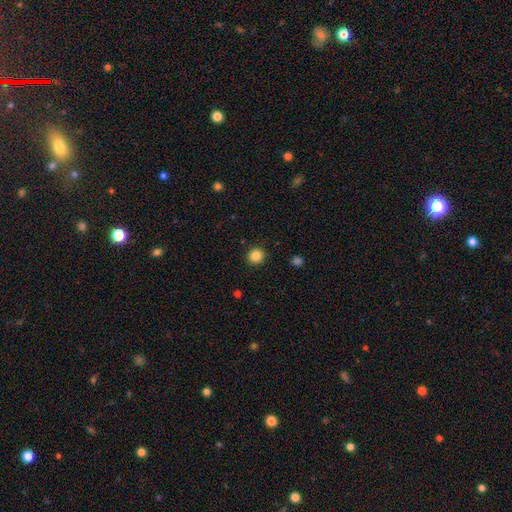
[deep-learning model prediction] This appears to be a smooth galaxy with no disk features (85%) that is round (90%). Merging: none (91%).